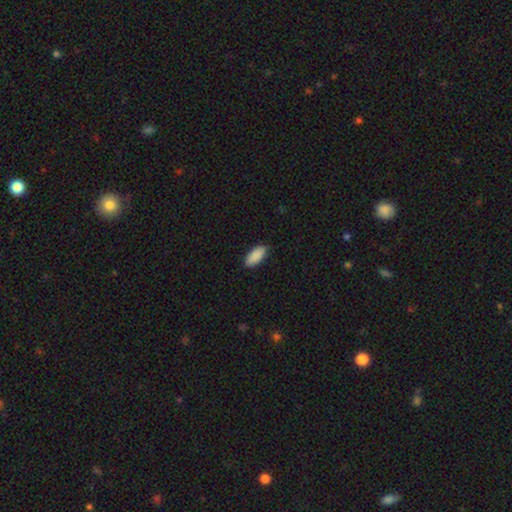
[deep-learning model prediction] smooth 91%, star or artifact 6%, featured or disk 4%. Down the decision tree: how rounded — in between (89%); merging — none (86%).